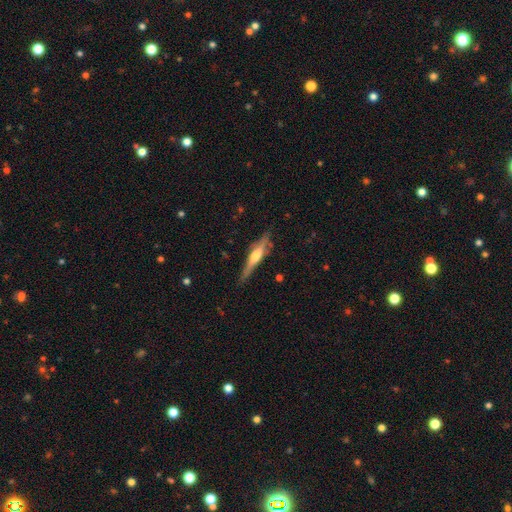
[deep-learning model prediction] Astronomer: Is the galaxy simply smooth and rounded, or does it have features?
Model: featured or disk — 60%.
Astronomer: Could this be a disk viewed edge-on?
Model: yes — 94%.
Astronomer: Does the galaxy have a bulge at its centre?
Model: rounded — 76%.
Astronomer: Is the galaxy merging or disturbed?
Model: none — 76%.